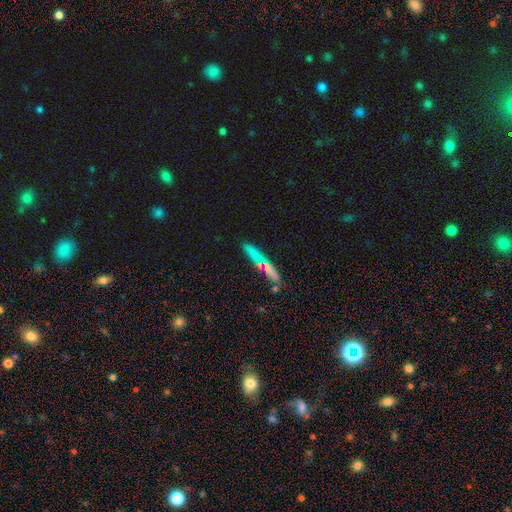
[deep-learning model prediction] This appears to be a smooth galaxy with no disk features (59%) that is cigar-shaped (91%). Merging: none (76%).